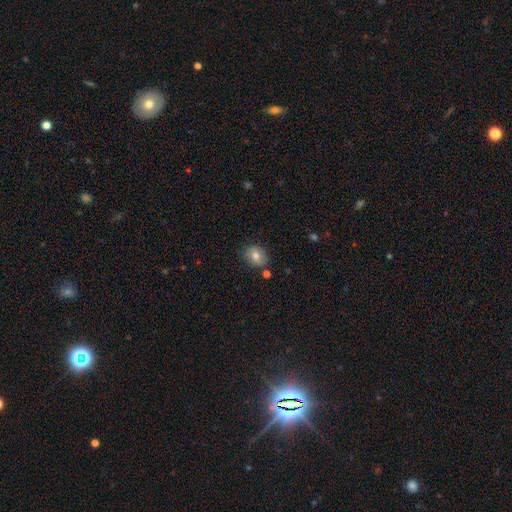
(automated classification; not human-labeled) Smooth or featured? Predicted: smooth (p=0.75). How rounded? Predicted: round (p=0.58). Merging? Predicted: none (p=0.79).